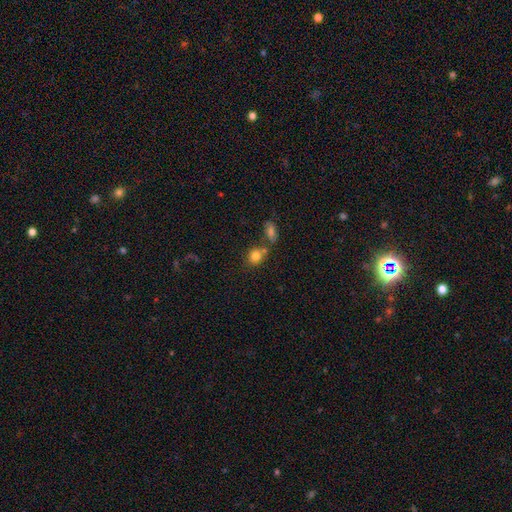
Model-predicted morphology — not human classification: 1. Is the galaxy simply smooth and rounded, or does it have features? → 80% smooth, 11% star or artifact, 9% featured or disk.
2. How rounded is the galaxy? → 63% round, 35% in between, 1% cigar-shaped.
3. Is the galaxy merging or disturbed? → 56% none, 27% merger, 13% minor disturbance, 4% major disturbance.